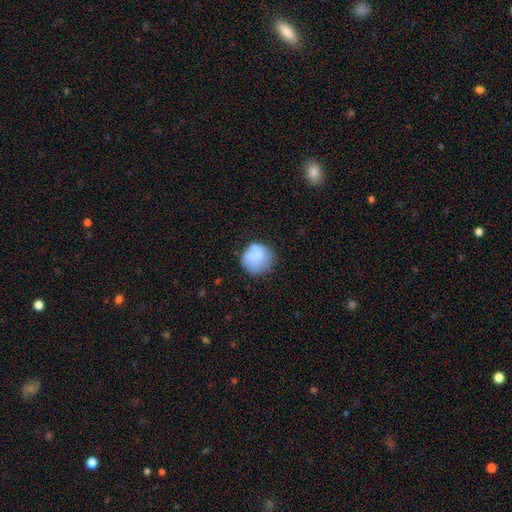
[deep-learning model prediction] A smooth galaxy with no disk features (76%) that is round (88%).

Vote fractions:
- Smooth or featured? smooth: 76% / featured or disk: 16% / star or artifact: 8%
- How rounded? round: 88% / in between: 11% / cigar-shaped: 1%
- Merging? none: 61% / minor disturbance: 24% / major disturbance: 11% / merger: 4%